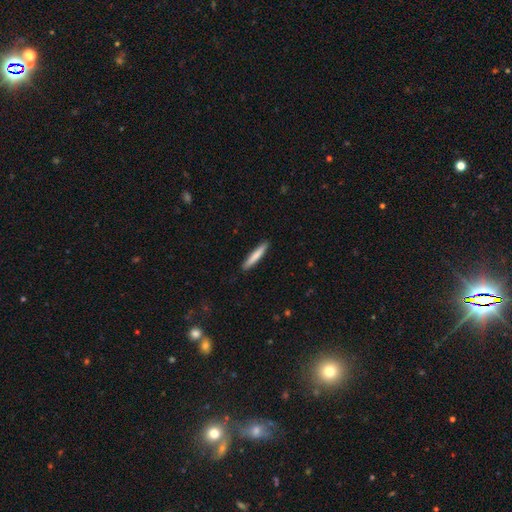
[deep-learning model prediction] Smooth or featured?
  - smooth: 78% *
  - featured or disk: 17%
  - star or artifact: 5%
How rounded?
  - cigar-shaped: 94% *
  - in between: 5%
  - round: 1%
Merging?
  - none: 91% *
  - minor disturbance: 7%
  - major disturbance: 1%
  - merger: 1%